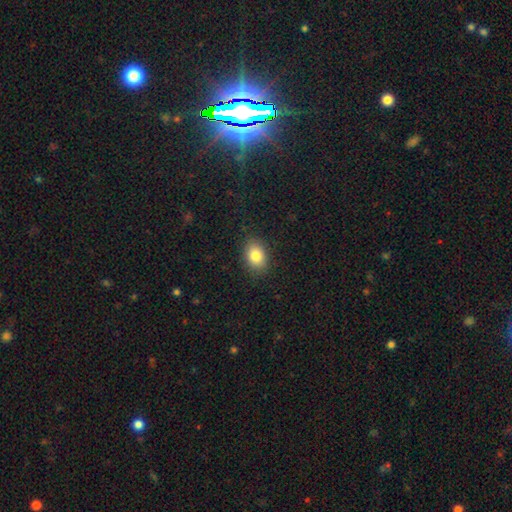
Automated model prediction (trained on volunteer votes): Q: Smooth or featured?
A: smooth (82%); runner-up: star or artifact (9%)
Q: How rounded?
A: in between (76%); runner-up: round (23%)
Q: Merging?
A: none (88%); runner-up: minor disturbance (9%)